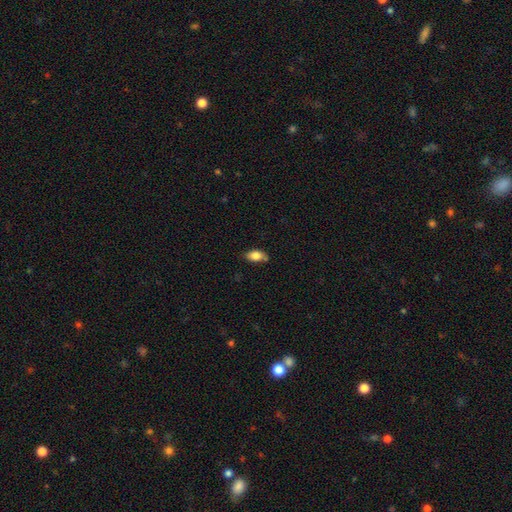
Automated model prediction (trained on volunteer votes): smooth-or-featured: smooth: 81% | featured or disk: 12% | star or artifact: 7%
  how-rounded: in between: 89% | cigar-shaped: 6% | round: 5%
  merging: none: 76% | minor disturbance: 19% | major disturbance: 3% | merger: 3%